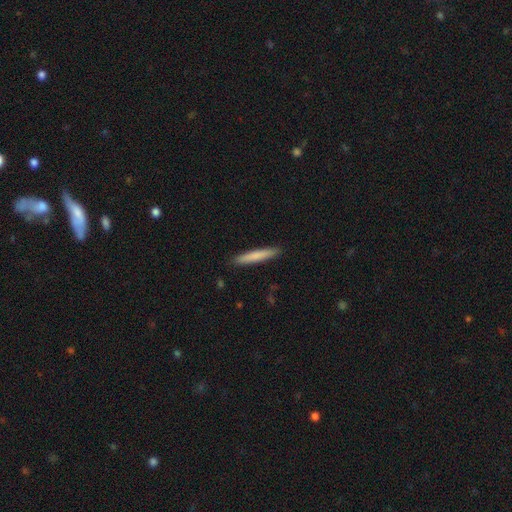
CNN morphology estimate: A smooth galaxy with no disk features (77%) that is cigar-shaped (95%).

Vote fractions:
- Smooth or featured? smooth: 77% / featured or disk: 18% / star or artifact: 5%
- How rounded? cigar-shaped: 95% / in between: 4% / round: 1%
- Merging? none: 91% / minor disturbance: 6% / major disturbance: 1% / merger: 1%